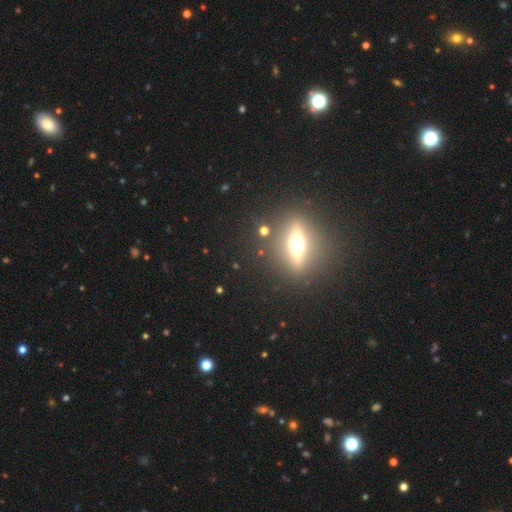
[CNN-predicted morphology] This appears to be a featured or disk galaxy (61%) viewed edge-on (84%) with a rounded central bulge (92%). Merging: none (87%).